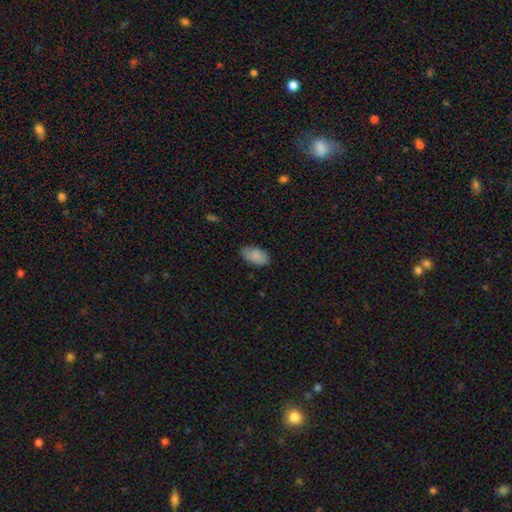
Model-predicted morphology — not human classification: The model was most divided on "merging": none: 80%, minor disturbance: 16%, major disturbance: 3%, merger: 1%. More confident: how rounded — in between (94%); smooth or featured — smooth (87%).